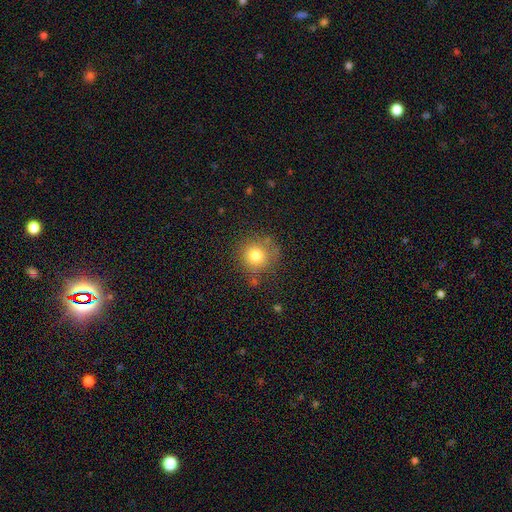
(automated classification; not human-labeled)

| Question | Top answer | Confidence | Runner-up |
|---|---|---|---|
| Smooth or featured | smooth | 78% | star or artifact (13%) |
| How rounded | round | 91% | in between (8%) |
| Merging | none | 76% | minor disturbance (14%) |